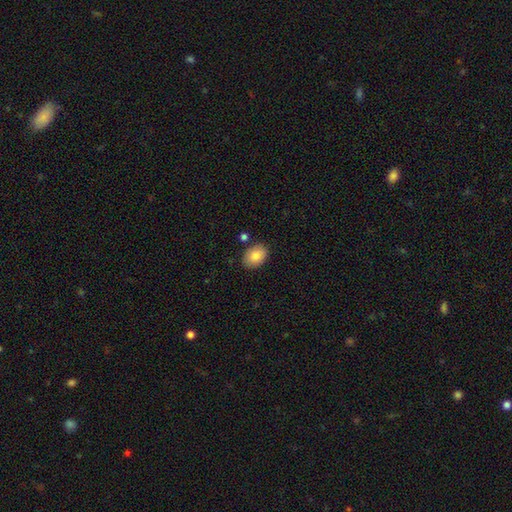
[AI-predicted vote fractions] smooth-or-featured: smooth: 86% | featured or disk: 7% | star or artifact: 7%
  how-rounded: in between: 75% | round: 24% | cigar-shaped: 1%
  merging: none: 82% | minor disturbance: 11% | merger: 4% | major disturbance: 3%